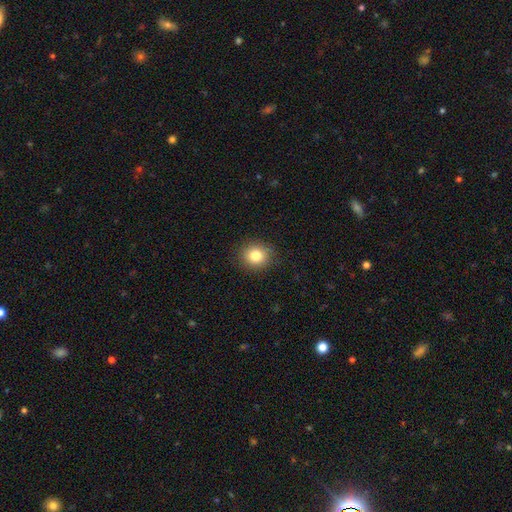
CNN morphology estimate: Overall: smooth (82%). How rounded: round (80%). Merging: none (89%).